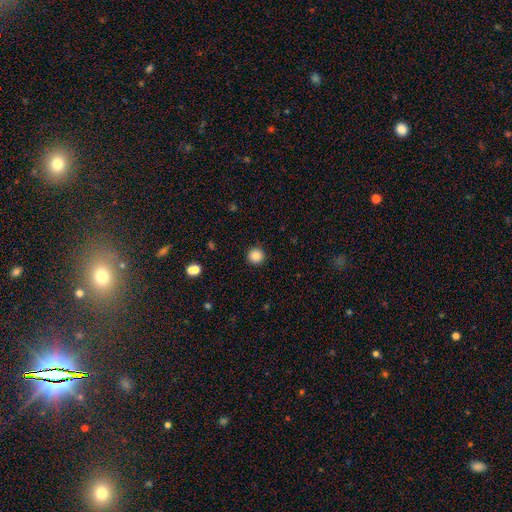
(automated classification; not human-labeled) smooth-or-featured: smooth: 87% | star or artifact: 10% | featured or disk: 3%
  how-rounded: round: 95% | in between: 4% | cigar-shaped: 1%
  merging: none: 92% | minor disturbance: 5% | major disturbance: 2% | merger: 1%